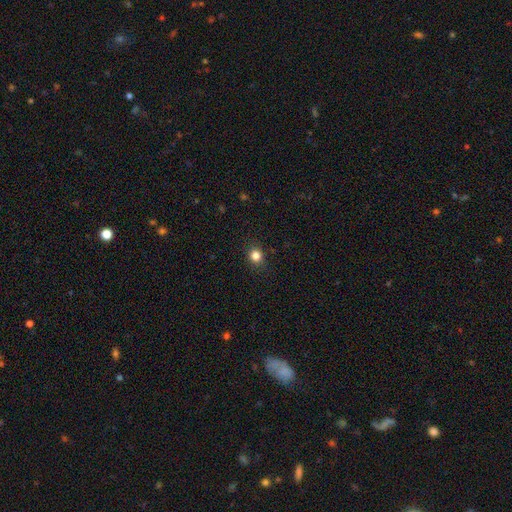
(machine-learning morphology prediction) This appears to be a smooth galaxy with no disk features (83%) that is round (83%). Merging: none (89%).